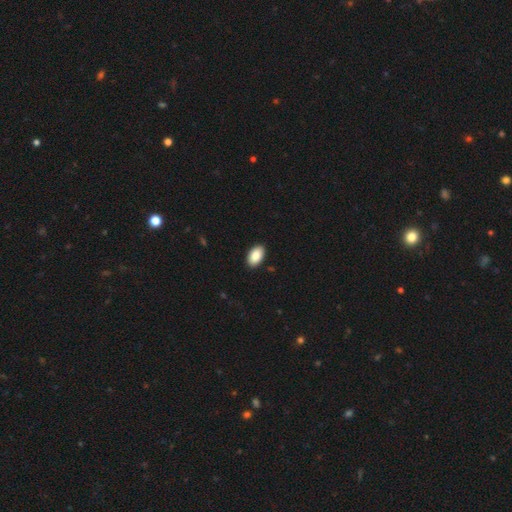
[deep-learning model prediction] smooth-or-featured: smooth: 88% | star or artifact: 6% | featured or disk: 5%
  how-rounded: in between: 94% | round: 5% | cigar-shaped: 1%
  merging: none: 91% | minor disturbance: 7% | major disturbance: 2% | merger: 1%